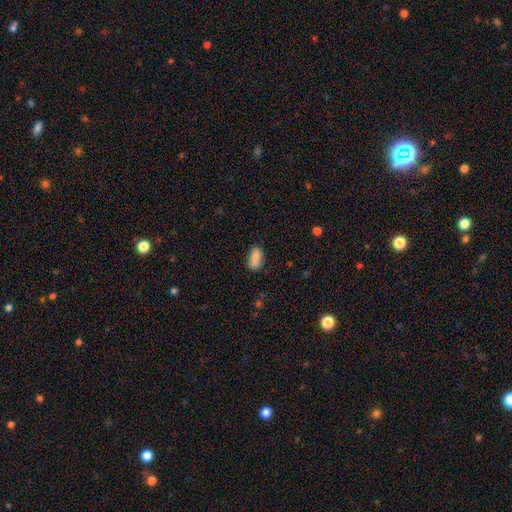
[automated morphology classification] The model was most divided on "merging": none: 81%, minor disturbance: 15%, major disturbance: 3%, merger: 2%. More confident: how rounded — in between (90%); smooth or featured — smooth (86%).